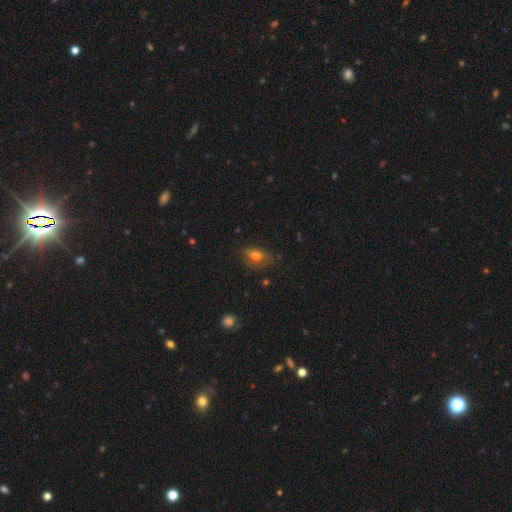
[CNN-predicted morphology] Q: Smooth or featured?
A: smooth (69%); runner-up: featured or disk (19%)
Q: How rounded?
A: in between (81%); runner-up: round (15%)
Q: Merging?
A: none (56%); runner-up: minor disturbance (29%)